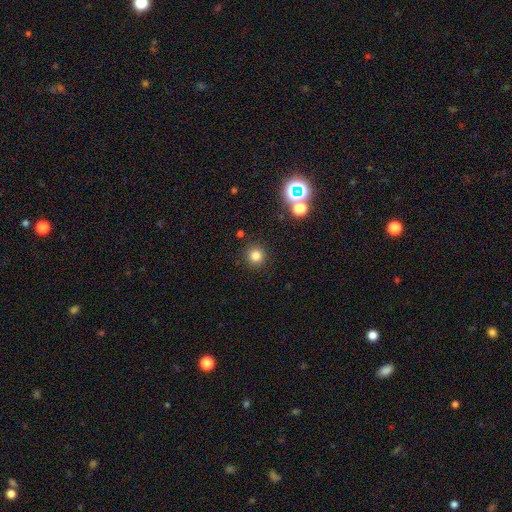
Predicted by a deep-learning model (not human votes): Q: Smooth or featured?
A: smooth (79%); runner-up: star or artifact (16%)
Q: How rounded?
A: round (94%); runner-up: in between (5%)
Q: Merging?
A: none (89%); runner-up: minor disturbance (6%)